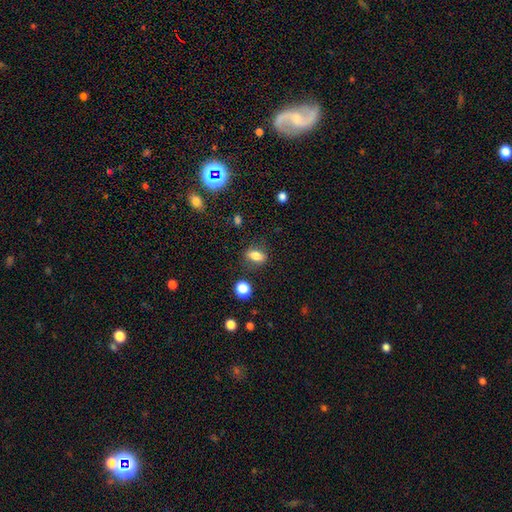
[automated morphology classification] smooth 79%, star or artifact 10%, featured or disk 10%. Down the decision tree: how rounded — in between (77%); merging — none (80%).